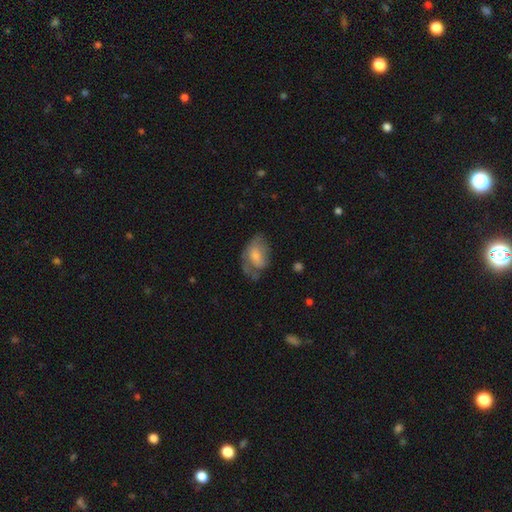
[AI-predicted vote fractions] Q: Smooth or featured?
A: featured or disk (46%); runner-up: smooth (45%)
Q: Merging?
A: none (42%); runner-up: minor disturbance (29%)